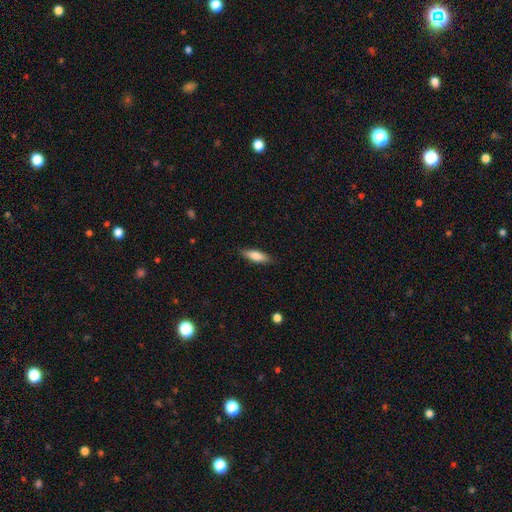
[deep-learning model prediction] smooth-or-featured: smooth: 76% | featured or disk: 18% | star or artifact: 6%
  how-rounded: in between: 50% | cigar-shaped: 48% | round: 2%
  merging: none: 85% | minor disturbance: 11% | major disturbance: 2% | merger: 1%